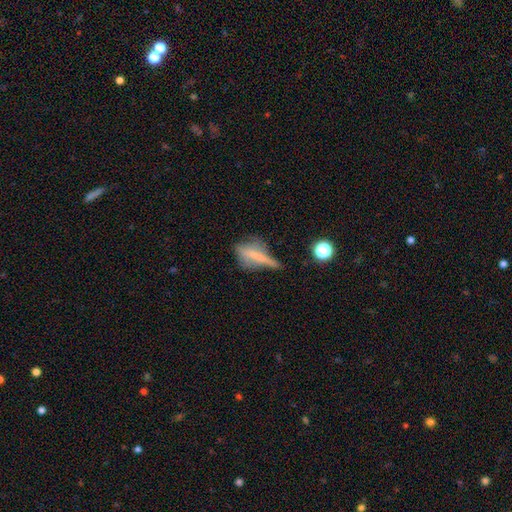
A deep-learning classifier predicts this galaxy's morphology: A smooth galaxy with no disk features (49%). Merging: none (37%).